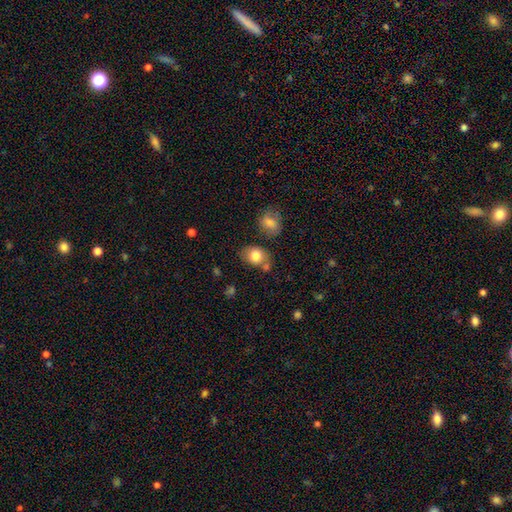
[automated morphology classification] This appears to be a smooth galaxy with no disk features (81%) that is in between round and cigar-shaped (58%). Merging: none (63%).